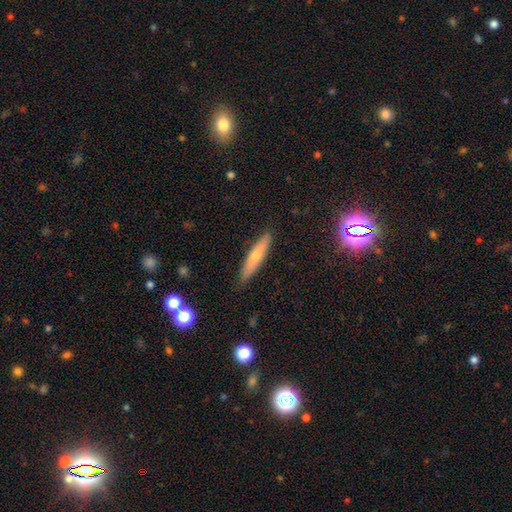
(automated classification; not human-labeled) This appears to be a smooth galaxy with no disk features (57%) that is cigar-shaped (86%). Merging: none (88%).